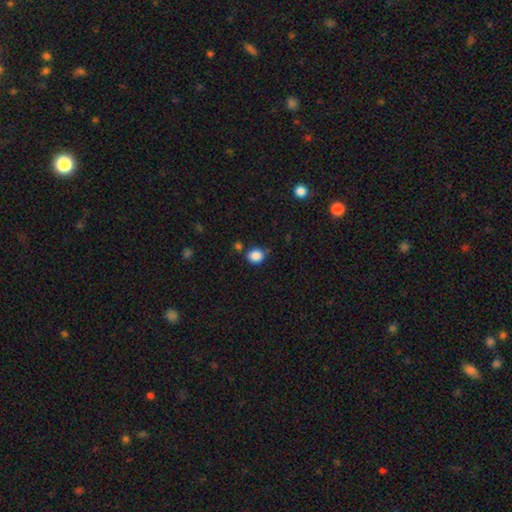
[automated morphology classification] smooth_or_featured: smooth (p=0.87) [alt: star or artifact p=0.10]
how_rounded: round (p=0.73) [alt: in between p=0.26]
merging: none (p=0.77) [alt: minor disturbance p=0.14]